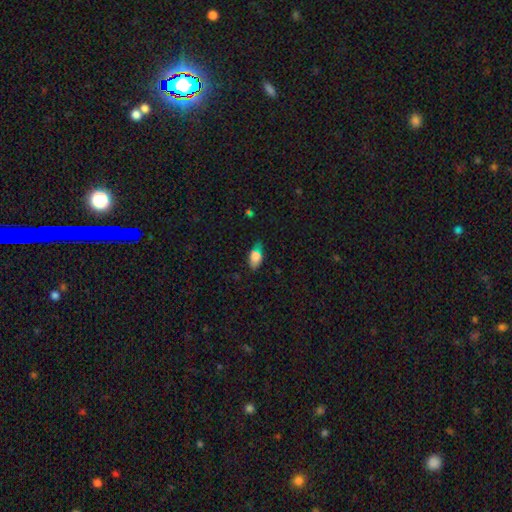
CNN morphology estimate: Smooth or featured?
  - smooth: 76% *
  - featured or disk: 14%
  - star or artifact: 10%
How rounded?
  - in between: 87% *
  - cigar-shaped: 7%
  - round: 5%
Merging?
  - none: 68% *
  - minor disturbance: 24%
  - major disturbance: 5%
  - merger: 2%